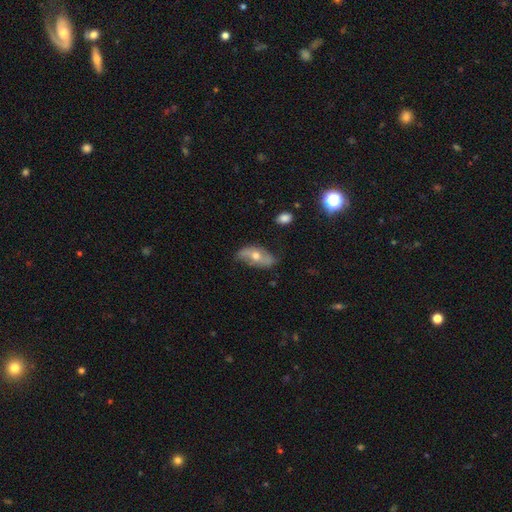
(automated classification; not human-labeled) smooth_or_featured: featured or disk (p=0.53) [alt: smooth p=0.39]
disk_edge_on: no (p=0.83) [alt: yes p=0.17]
merging: none (p=0.65) [alt: minor disturbance p=0.26]